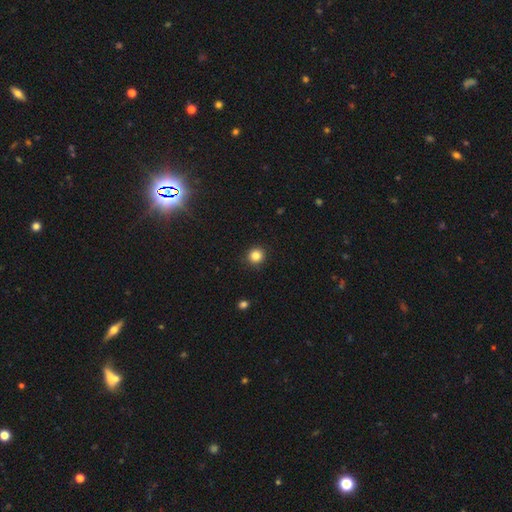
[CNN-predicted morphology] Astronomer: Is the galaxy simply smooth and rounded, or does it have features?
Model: smooth — 84%.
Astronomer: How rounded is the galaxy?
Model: round — 94%.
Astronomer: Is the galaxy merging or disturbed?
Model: none — 91%.